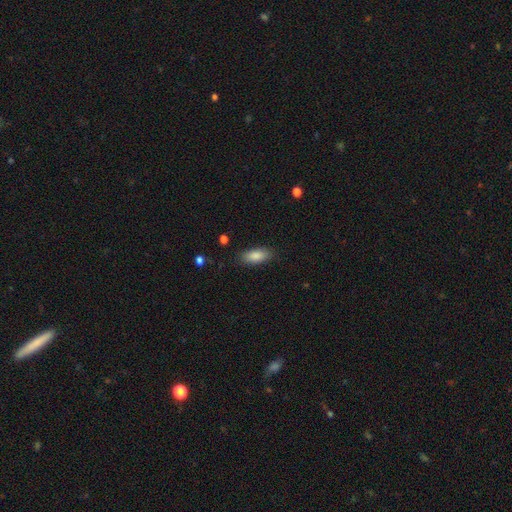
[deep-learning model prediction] Smooth or featured: smooth — 86% (star or artifact — 7%)
How rounded: in between — 84% (cigar-shaped — 14%)
Merging: none — 86% (minor disturbance — 10%)